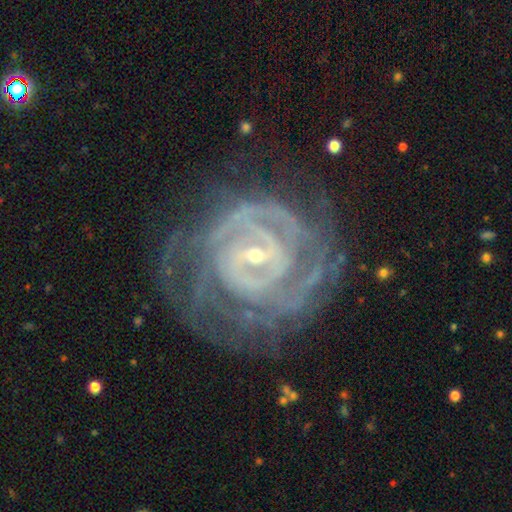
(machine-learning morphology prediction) A featured or disk galaxy (88%) with a weak bar (45%), tight (75%) spiral arms (93%) and a small central bulge (75%).

Vote fractions:
- Smooth or featured? featured or disk: 88% / star or artifact: 6% / smooth: 6%
- Edge-on disk? no: 96% / yes: 4%
- Bar? weak: 45% / strong: 34% / no: 21%
- Spiral arms? yes: 93% / no: 7%
- Spiral winding? tight: 75% / medium: 20% / loose: 5%
- Spiral arm count? can't tell: 37% / 2: 21% / 3: 14% / 4: 13% / more than 4: 9% / 1: 6%
- Bulge size? small: 75% / moderate: 20% / large: 2% / none: 2% / dominant: 1%
- Merging? none: 66% / minor disturbance: 18% / major disturbance: 15% / merger: 2%